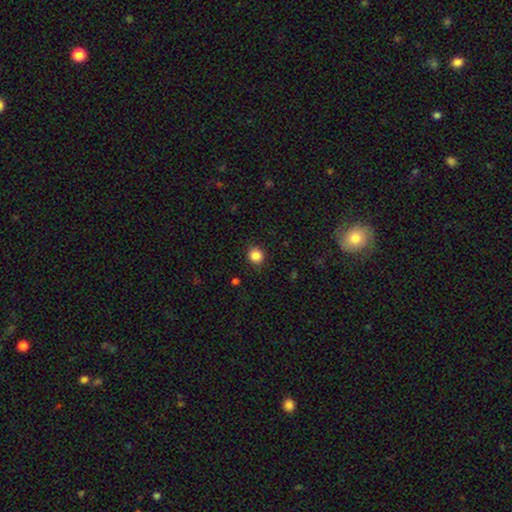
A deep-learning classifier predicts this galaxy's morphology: Q: Smooth or featured?
A: smooth (86%); runner-up: star or artifact (11%)
Q: How rounded?
A: round (86%); runner-up: in between (14%)
Q: Merging?
A: none (89%); runner-up: minor disturbance (8%)